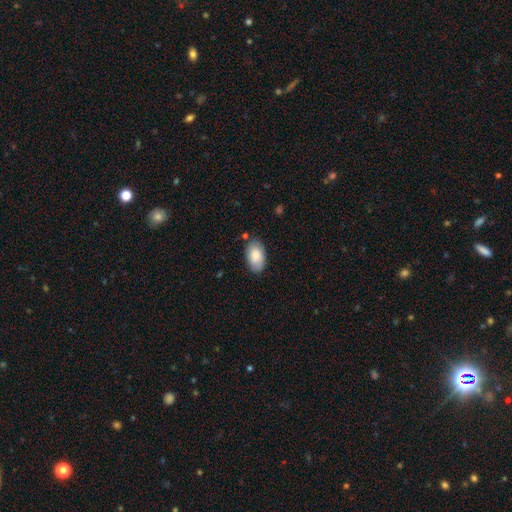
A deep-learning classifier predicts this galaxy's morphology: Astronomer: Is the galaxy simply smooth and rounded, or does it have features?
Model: smooth — 82%.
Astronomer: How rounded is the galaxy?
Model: in between — 94%.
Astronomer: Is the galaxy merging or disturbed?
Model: none — 79%.